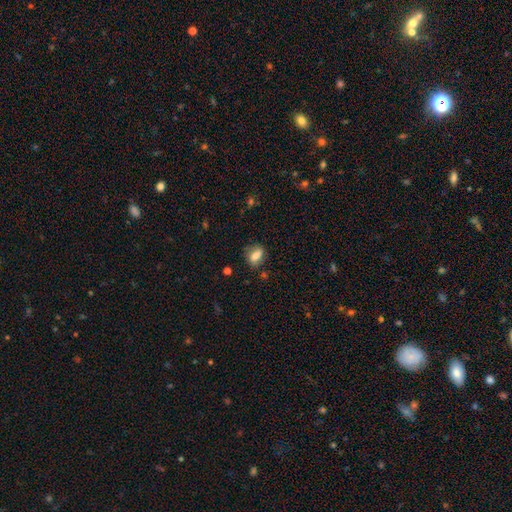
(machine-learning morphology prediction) type=smooth (71%); roundness=in between (72%); merging=none (72%).